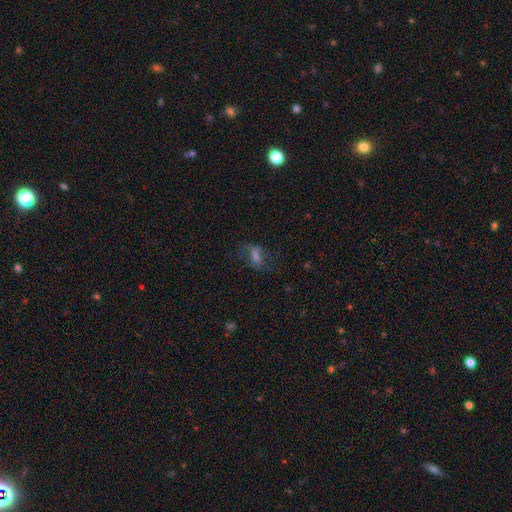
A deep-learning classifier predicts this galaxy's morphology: smooth-or-featured: smooth: 44% | featured or disk: 33% | star or artifact: 24%
  merging: none: 62% | minor disturbance: 19% | major disturbance: 16% | merger: 2%